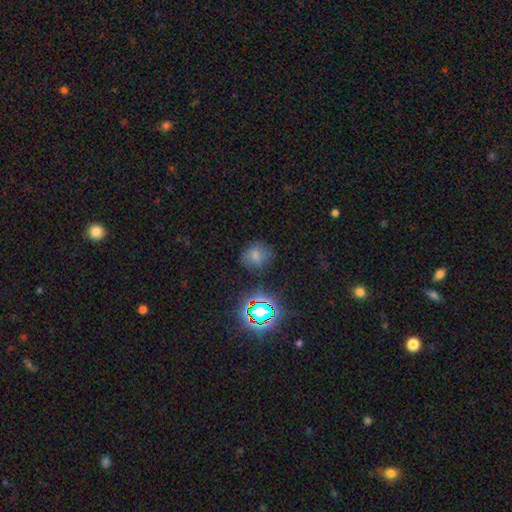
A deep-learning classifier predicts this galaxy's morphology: A smooth galaxy with no disk features (66%) that is round (71%).

Vote fractions:
- Smooth or featured? smooth: 66% / star or artifact: 23% / featured or disk: 11%
- How rounded? round: 71% / in between: 28% / cigar-shaped: 1%
- Merging? none: 74% / minor disturbance: 17% / major disturbance: 6% / merger: 3%